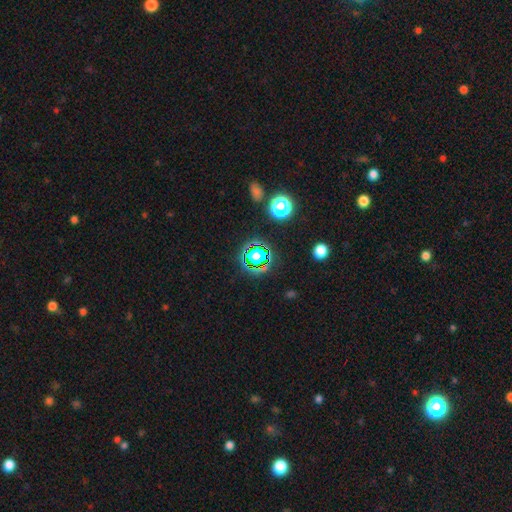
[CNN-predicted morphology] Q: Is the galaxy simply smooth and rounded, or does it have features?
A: star or artifact — 60%.